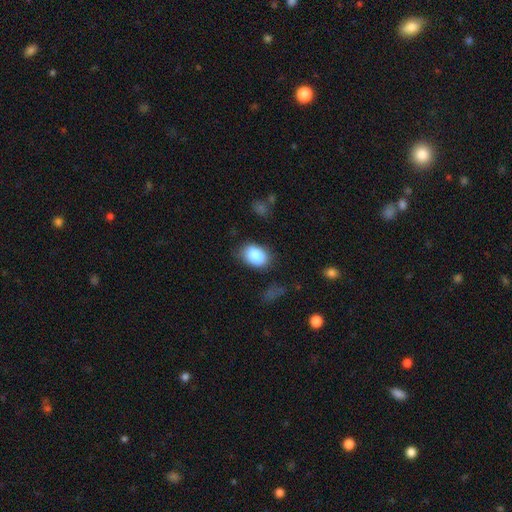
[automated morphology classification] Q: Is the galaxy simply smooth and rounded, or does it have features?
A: smooth — 85%.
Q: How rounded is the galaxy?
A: in between — 83%.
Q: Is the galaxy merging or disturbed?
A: none — 73%.